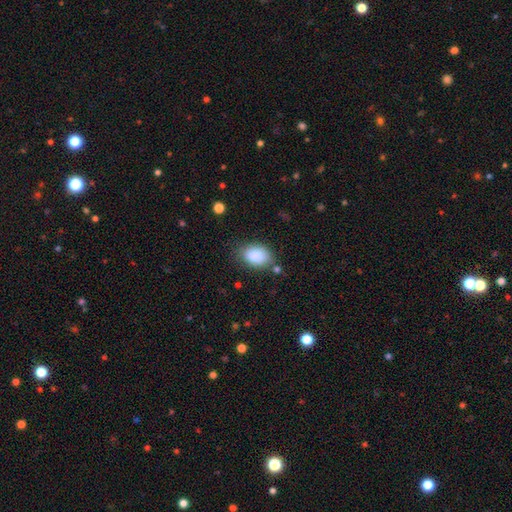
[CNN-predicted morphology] Overall: smooth (86%). How rounded: in between (87%). Merging: none (75%).